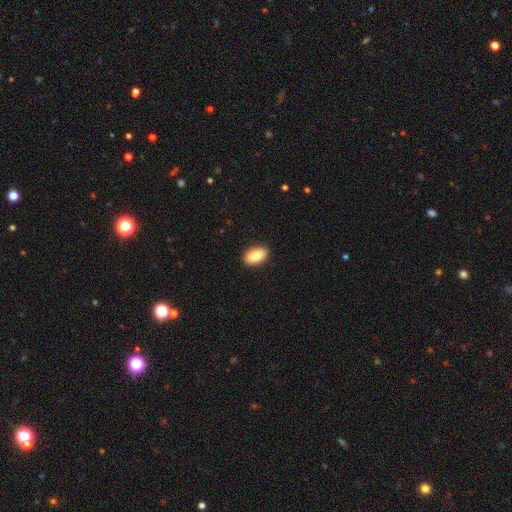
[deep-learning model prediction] This appears to be a smooth galaxy with no disk features (86%) that is in between round and cigar-shaped (92%). Merging: none (90%).